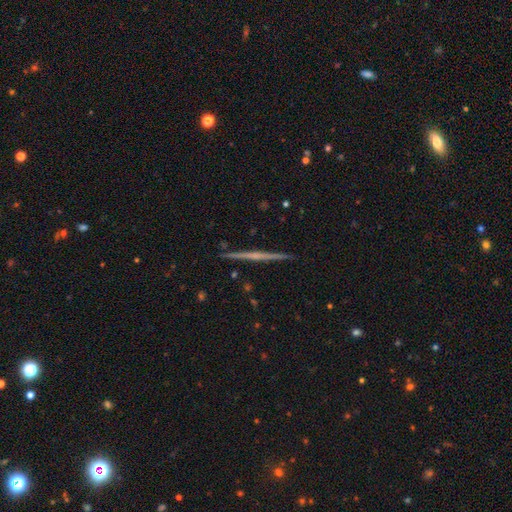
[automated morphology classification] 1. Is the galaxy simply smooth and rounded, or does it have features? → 74% featured or disk, 21% smooth, 6% star or artifact.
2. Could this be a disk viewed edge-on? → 98% yes, 2% no.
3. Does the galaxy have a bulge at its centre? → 64% none, 28% rounded, 8% boxy.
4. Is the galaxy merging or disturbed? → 93% none, 5% minor disturbance, 1% merger, 1% major disturbance.